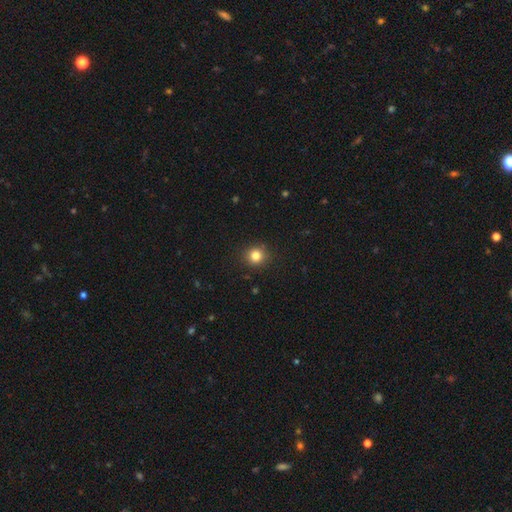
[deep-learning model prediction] A smooth galaxy with no disk features (82%) that is round (91%).

Vote fractions:
- Smooth or featured? smooth: 82% / star or artifact: 12% / featured or disk: 5%
- How rounded? round: 91% / in between: 8% / cigar-shaped: 1%
- Merging? none: 91% / minor disturbance: 6% / major disturbance: 2% / merger: 1%